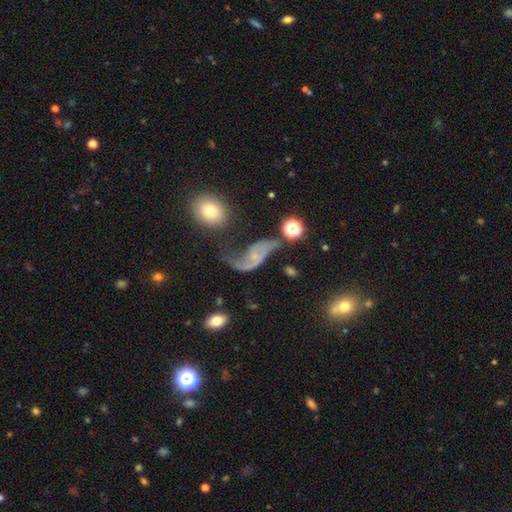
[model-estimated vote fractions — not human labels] This appears to be a featured or disk galaxy (75%) with no bar (63%), 2 (80%) loose (83%) spiral arms (87%) and a small central bulge (62%). Merging: none (36%).